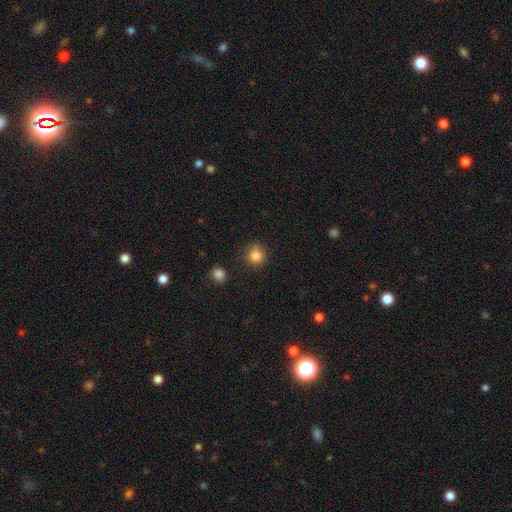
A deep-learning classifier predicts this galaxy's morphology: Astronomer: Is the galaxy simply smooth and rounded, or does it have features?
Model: smooth — 86%.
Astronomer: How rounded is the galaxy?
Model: round — 90%.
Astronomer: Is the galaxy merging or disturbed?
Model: none — 83%.